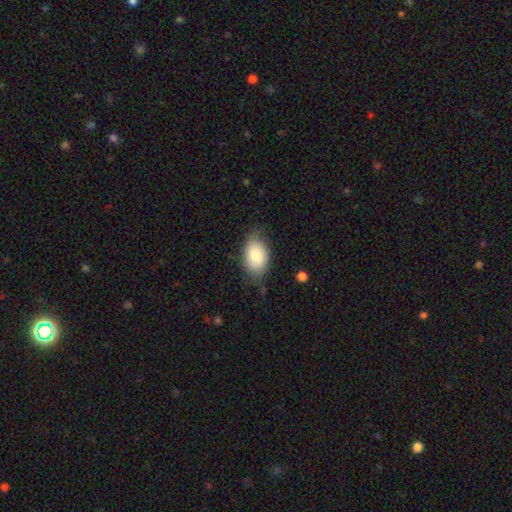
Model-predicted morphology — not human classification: smooth-or-featured: smooth: 83% | featured or disk: 11% | star or artifact: 6%
  how-rounded: in between: 89% | round: 9% | cigar-shaped: 1%
  merging: none: 67% | minor disturbance: 25% | major disturbance: 6% | merger: 2%